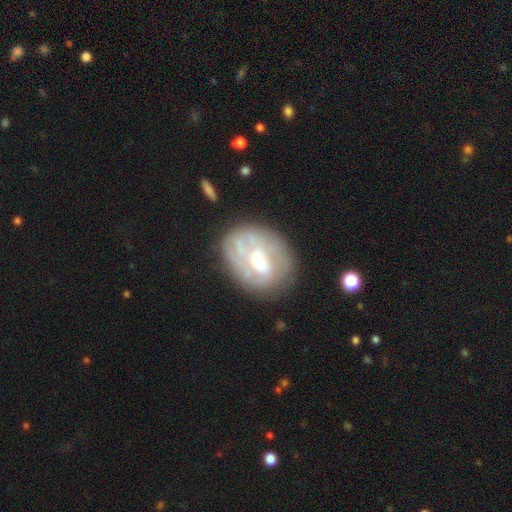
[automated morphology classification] type=featured or disk (64%); edge-on=no (96%); bar=weak (47%); spiral arms=yes (65%); bulge=moderate (56%); merging=none (67%).